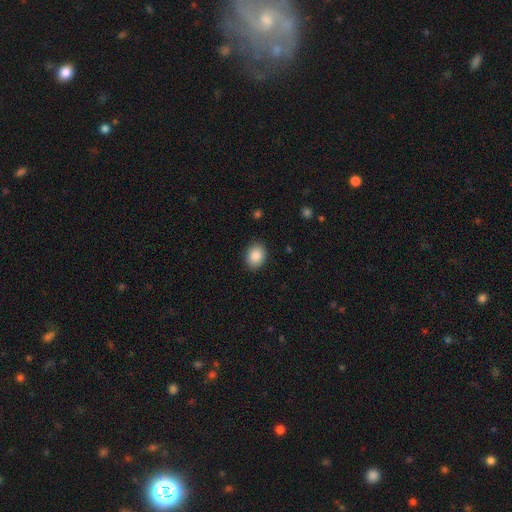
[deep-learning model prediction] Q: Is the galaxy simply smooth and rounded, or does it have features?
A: smooth — 89%.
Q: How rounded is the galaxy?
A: in between — 64%.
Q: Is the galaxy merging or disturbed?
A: none — 88%.